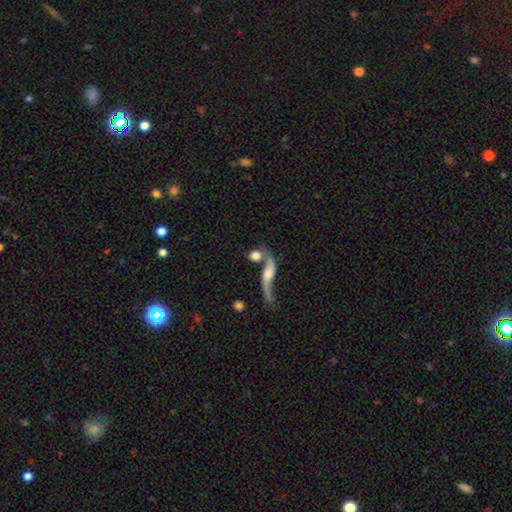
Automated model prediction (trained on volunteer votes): Smooth or featured?
  - featured or disk: 46% *
  - smooth: 45%
  - star or artifact: 9%
Merging?
  - none: 41% *
  - merger: 38%
  - minor disturbance: 11%
  - major disturbance: 10%